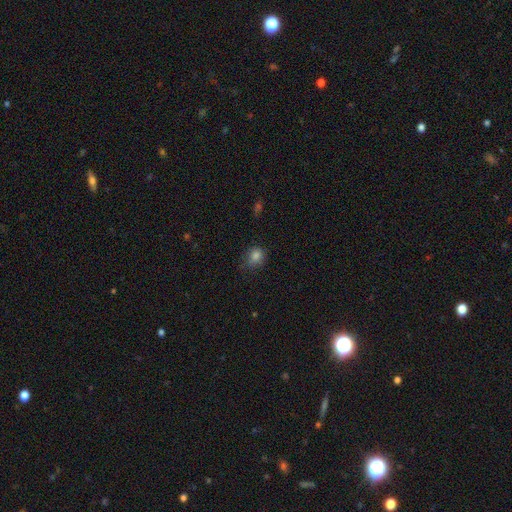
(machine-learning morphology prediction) The model was most divided on "merging": none: 64%, minor disturbance: 28%, major disturbance: 7%, merger: 2%. More confident: smooth or featured — smooth (81%); how rounded — round (68%).